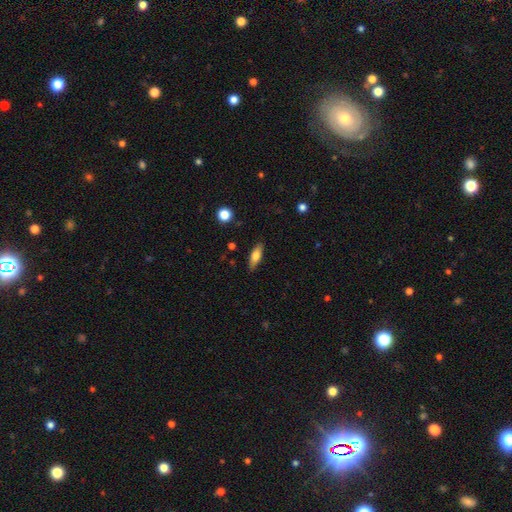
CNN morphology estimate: This is likely a smooth galaxy (68%). How rounded: likely in between (62%). Merging: clearly none (86%).